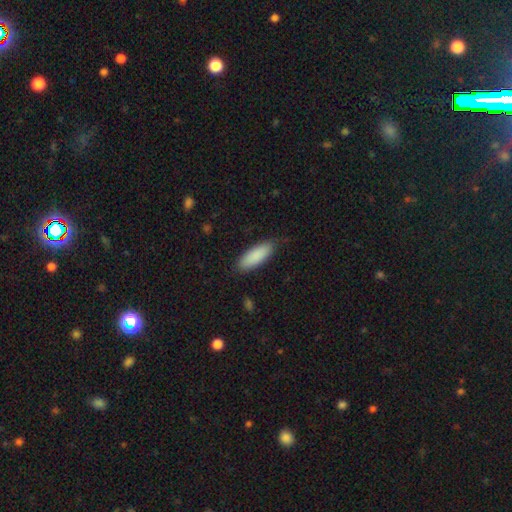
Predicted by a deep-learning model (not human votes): Smooth or featured?
  - smooth: 89% *
  - featured or disk: 6%
  - star or artifact: 5%
How rounded?
  - in between: 63% *
  - cigar-shaped: 35%
  - round: 2%
Merging?
  - none: 84% *
  - minor disturbance: 13%
  - major disturbance: 2%
  - merger: 1%